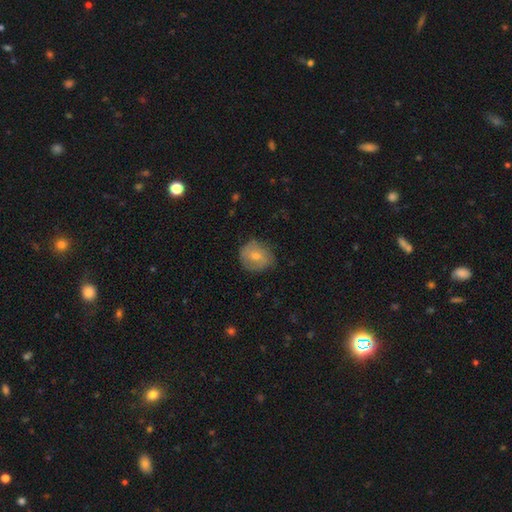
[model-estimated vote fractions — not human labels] smooth_or_featured: smooth (p=0.70) [alt: featured or disk p=0.22]
how_rounded: round (p=0.78) [alt: in between p=0.21]
merging: none (p=0.68) [alt: minor disturbance p=0.25]